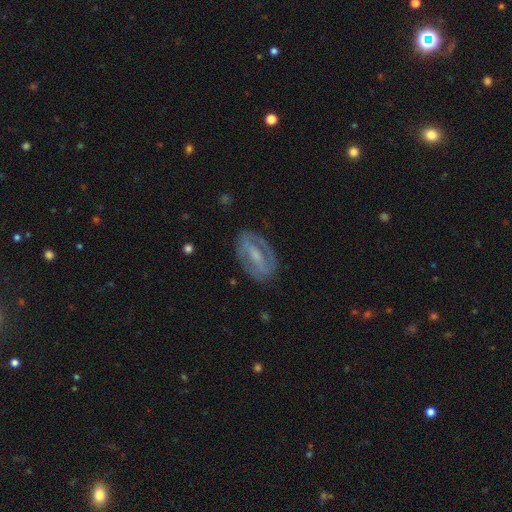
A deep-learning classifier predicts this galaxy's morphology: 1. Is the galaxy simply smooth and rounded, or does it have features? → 75% featured or disk, 18% smooth, 7% star or artifact.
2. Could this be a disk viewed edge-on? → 93% no, 7% yes.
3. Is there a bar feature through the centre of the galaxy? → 47% strong, 37% weak, 16% no.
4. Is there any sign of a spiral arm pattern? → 76% yes, 24% no.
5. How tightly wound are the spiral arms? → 45% tight, 39% medium, 16% loose.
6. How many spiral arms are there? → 74% 2, 17% can't tell, 5% 1, 2% 3, 1% 4, 1% more than 4.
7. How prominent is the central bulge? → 50% small, 34% moderate, 11% none, 4% large, 1% dominant.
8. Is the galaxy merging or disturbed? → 78% none, 15% minor disturbance, 6% major disturbance, 1% merger.